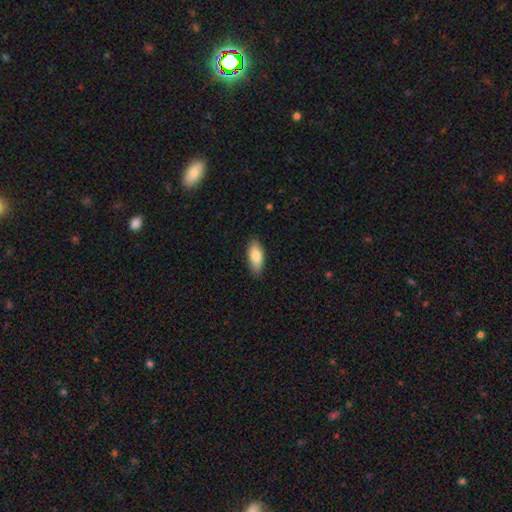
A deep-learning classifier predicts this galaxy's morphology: Q: Smooth or featured?
A: smooth (84%); runner-up: featured or disk (10%)
Q: How rounded?
A: in between (83%); runner-up: cigar-shaped (15%)
Q: Merging?
A: none (85%); runner-up: minor disturbance (12%)